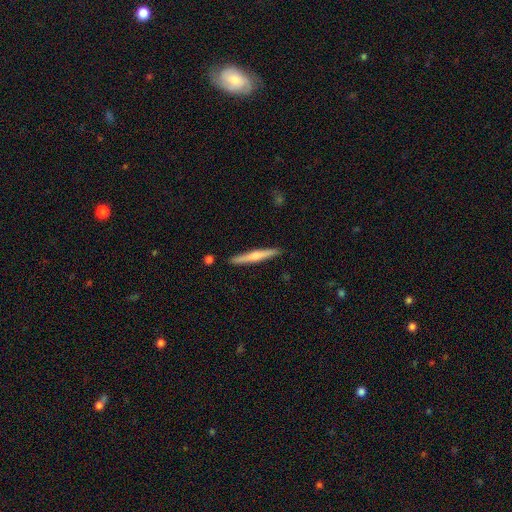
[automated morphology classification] Overall: smooth (49%; featured or disk 46%). Merging: none (90%).